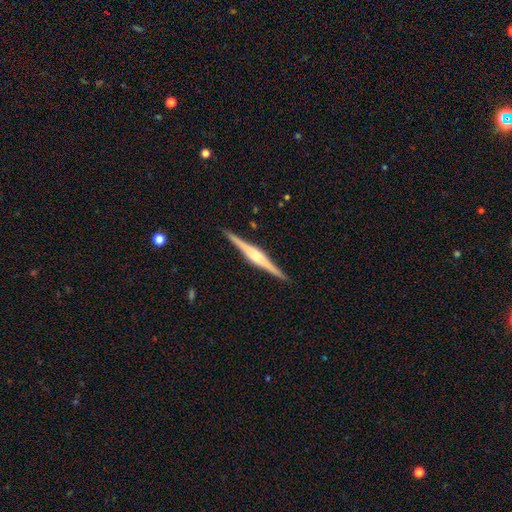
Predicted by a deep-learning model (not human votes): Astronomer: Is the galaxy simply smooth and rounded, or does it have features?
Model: featured or disk — 84%.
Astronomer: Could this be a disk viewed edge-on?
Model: yes — 99%.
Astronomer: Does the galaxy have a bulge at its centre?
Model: rounded — 63%.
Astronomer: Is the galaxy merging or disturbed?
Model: none — 92%.